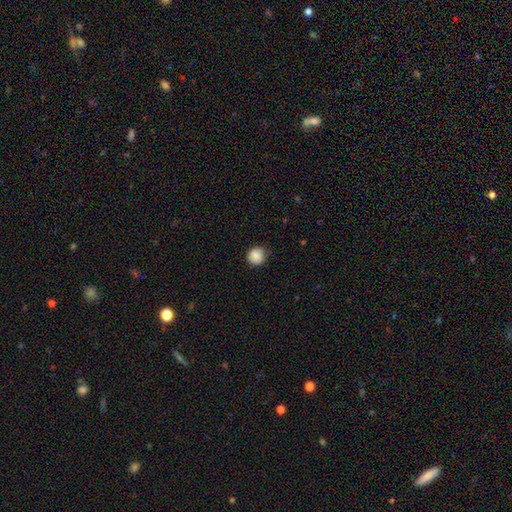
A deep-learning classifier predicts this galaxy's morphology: A smooth galaxy with no disk features (88%) that is round (90%).

Vote fractions:
- Smooth or featured? smooth: 88% / star or artifact: 9% / featured or disk: 4%
- How rounded? round: 90% / in between: 9% / cigar-shaped: 1%
- Merging? none: 79% / minor disturbance: 17% / major disturbance: 3% / merger: 1%